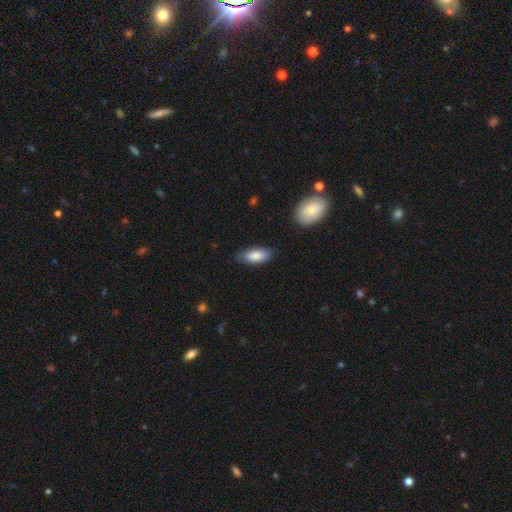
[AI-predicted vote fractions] Overall: smooth (83%). How rounded: in between (86%). Merging: none (80%).